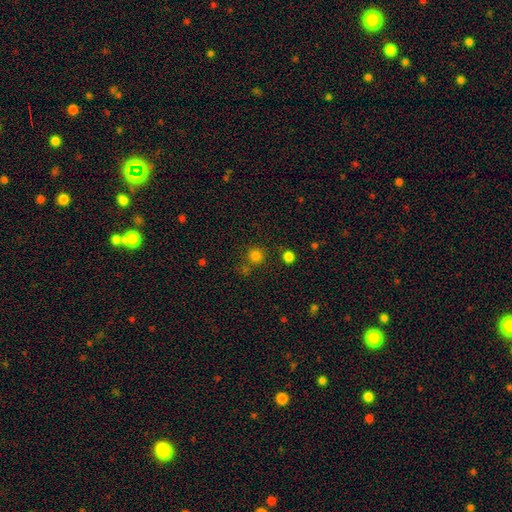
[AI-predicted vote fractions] A smooth galaxy with no disk features (77%) that is round (93%). Merging: none (75%).